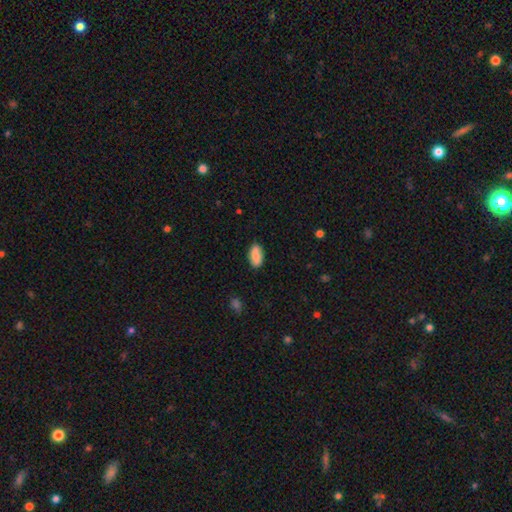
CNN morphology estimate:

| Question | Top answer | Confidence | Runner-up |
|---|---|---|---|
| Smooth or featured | smooth | 81% | featured or disk (12%) |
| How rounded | in between | 93% | cigar-shaped (4%) |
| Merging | none | 85% | minor disturbance (12%) |